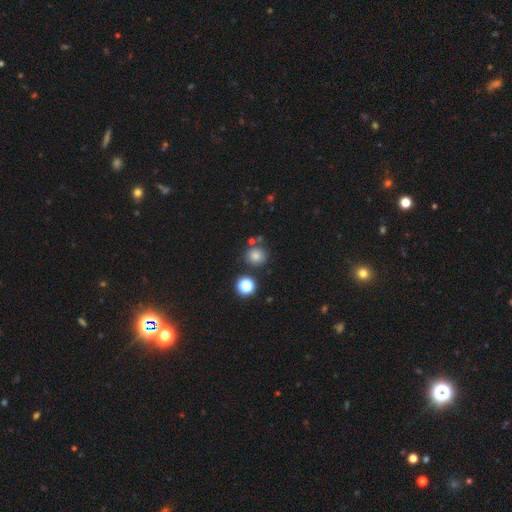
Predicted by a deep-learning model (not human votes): A smooth galaxy with no disk features (78%) that is round (89%). Merging: none (76%).